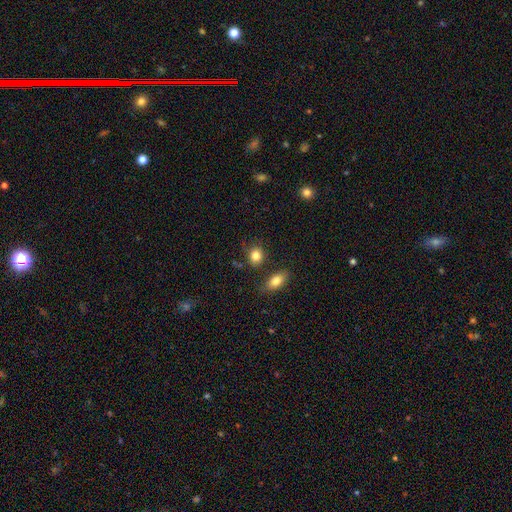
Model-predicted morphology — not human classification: smooth 84%, star or artifact 9%, featured or disk 7%. Down the decision tree: how rounded — round (59%); merging — none (72%).